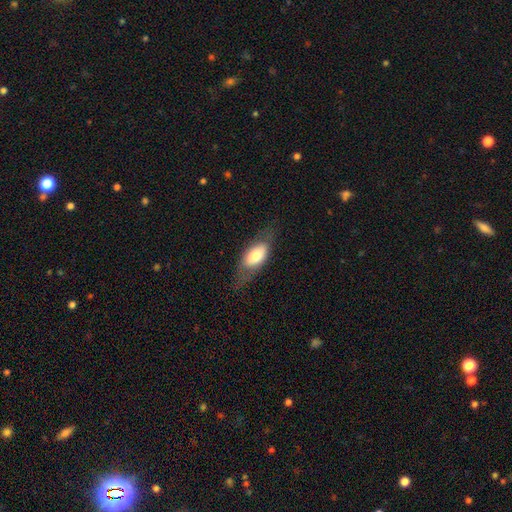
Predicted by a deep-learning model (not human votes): Q: Smooth or featured?
A: smooth (65%); runner-up: featured or disk (29%)
Q: How rounded?
A: in between (85%); runner-up: cigar-shaped (11%)
Q: Merging?
A: none (66%); runner-up: minor disturbance (22%)